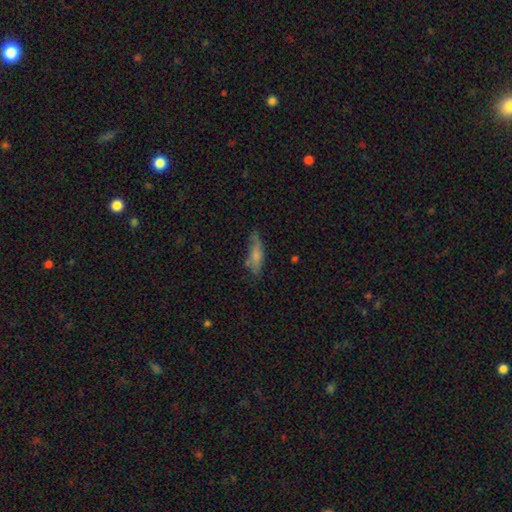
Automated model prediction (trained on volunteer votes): Smooth or featured?
  - smooth: 68% *
  - featured or disk: 25%
  - star or artifact: 8%
How rounded?
  - cigar-shaped: 53% *
  - in between: 45%
  - round: 2%
Merging?
  - none: 56% *
  - minor disturbance: 29%
  - major disturbance: 9%
  - merger: 5%